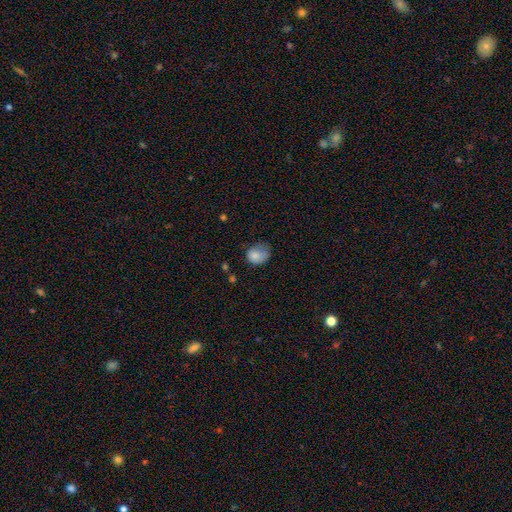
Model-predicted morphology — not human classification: Smooth or featured?
  - smooth: 80% *
  - featured or disk: 11%
  - star or artifact: 9%
How rounded?
  - round: 50% *
  - in between: 49%
  - cigar-shaped: 1%
Merging?
  - minor disturbance: 38% *
  - none: 36%
  - major disturbance: 24%
  - merger: 2%